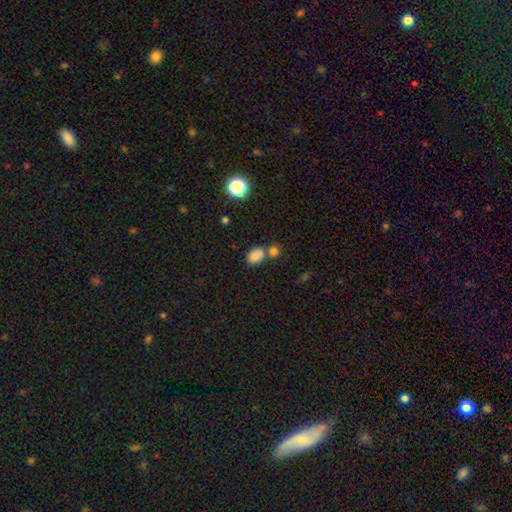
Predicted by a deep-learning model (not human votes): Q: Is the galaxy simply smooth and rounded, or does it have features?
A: smooth — 79%.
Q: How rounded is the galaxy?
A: in between — 67%.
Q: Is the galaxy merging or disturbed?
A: none — 47%.